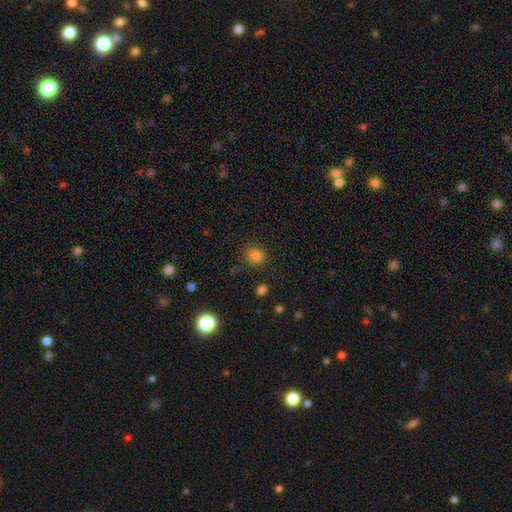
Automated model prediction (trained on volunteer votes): Smooth or featured? smooth (81%)
How rounded? round (83%)
Merging? none (80%)